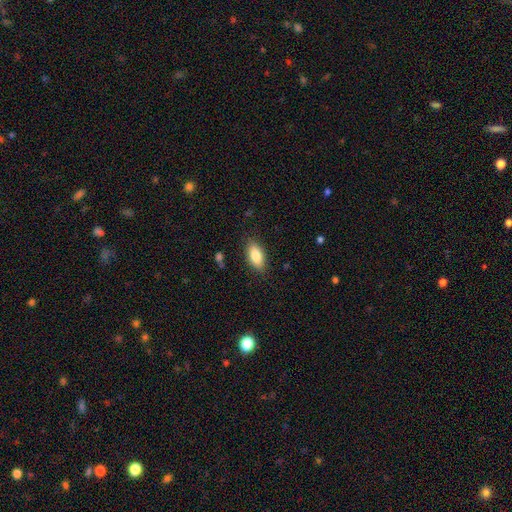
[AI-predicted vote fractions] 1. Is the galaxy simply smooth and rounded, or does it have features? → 83% smooth, 10% featured or disk, 7% star or artifact.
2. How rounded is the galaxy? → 88% in between, 8% cigar-shaped, 3% round.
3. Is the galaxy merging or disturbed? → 85% none, 11% minor disturbance, 3% major disturbance, 1% merger.